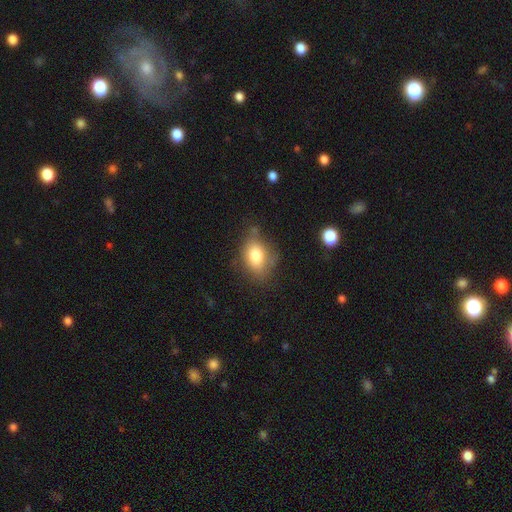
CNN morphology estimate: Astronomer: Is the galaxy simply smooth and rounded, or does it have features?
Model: smooth — 79%.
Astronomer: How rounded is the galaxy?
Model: in between — 78%.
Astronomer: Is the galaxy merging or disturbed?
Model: none — 64%.